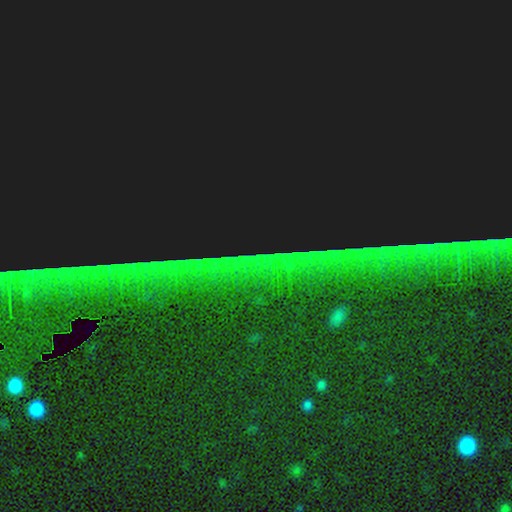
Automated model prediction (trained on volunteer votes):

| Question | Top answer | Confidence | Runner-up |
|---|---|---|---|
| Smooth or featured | star or artifact | 85% | smooth (8%) |